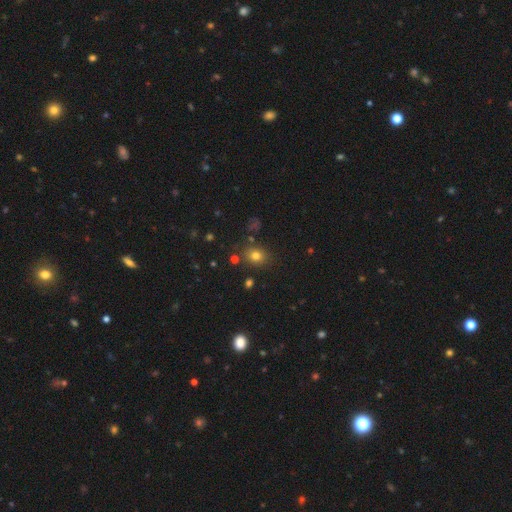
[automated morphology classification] A smooth galaxy with no disk features (76%) that is round (54%).

Vote fractions:
- Smooth or featured? smooth: 76% / star or artifact: 16% / featured or disk: 8%
- How rounded? round: 54% / in between: 45% / cigar-shaped: 1%
- Merging? none: 81% / minor disturbance: 11% / merger: 4% / major disturbance: 4%